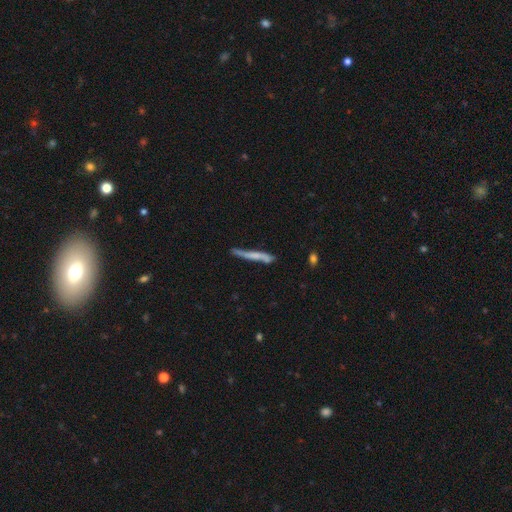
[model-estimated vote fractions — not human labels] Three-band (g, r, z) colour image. It shows a smooth galaxy with no disk features (49%). Merging: none (64%).